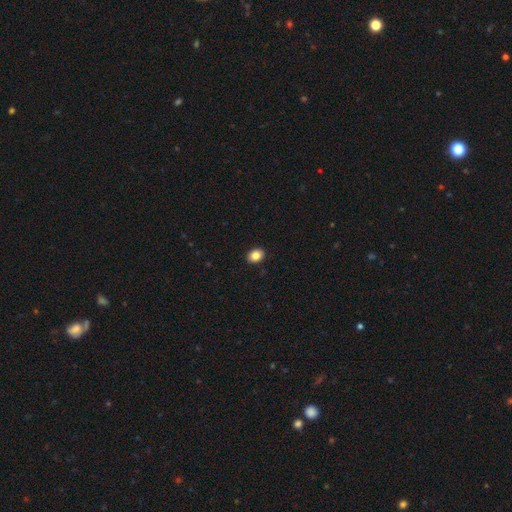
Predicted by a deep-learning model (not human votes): smooth_or_featured: smooth (p=0.85) [alt: star or artifact p=0.09]
how_rounded: in between (p=0.62) [alt: round p=0.37]
merging: none (p=0.91) [alt: minor disturbance p=0.06]